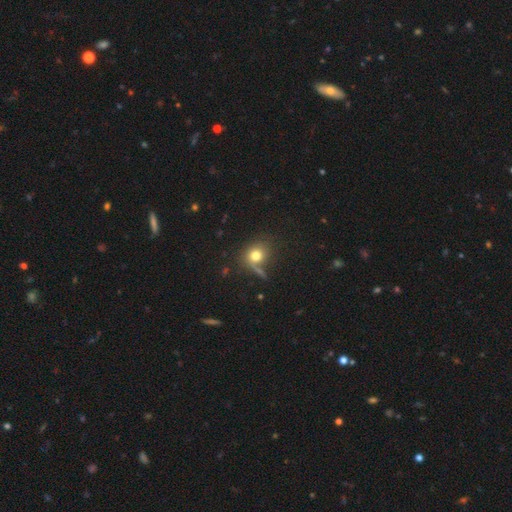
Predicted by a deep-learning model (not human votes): A smooth galaxy with no disk features (75%) that is round (72%). Merging: none (63%).